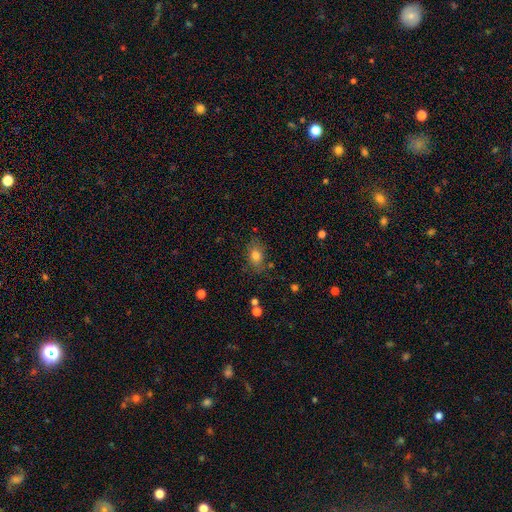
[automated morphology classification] smooth-or-featured: smooth: 79% | featured or disk: 11% | star or artifact: 10%
  how-rounded: in between: 76% | round: 22% | cigar-shaped: 2%
  merging: none: 74% | minor disturbance: 17% | major disturbance: 5% | merger: 3%